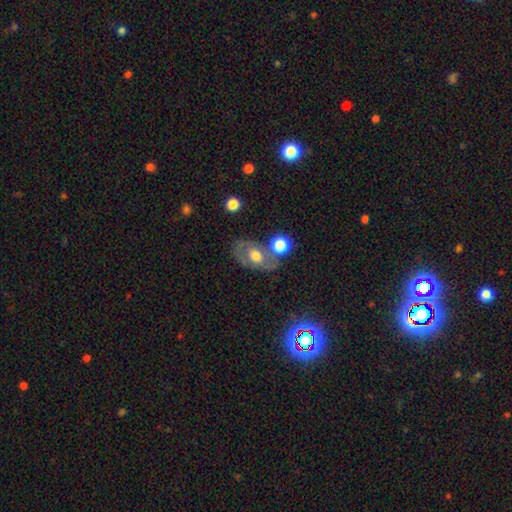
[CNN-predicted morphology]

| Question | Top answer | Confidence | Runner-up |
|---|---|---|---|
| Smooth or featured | featured or disk | 49% | smooth (42%) |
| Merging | none | 53% | merger (21%) |